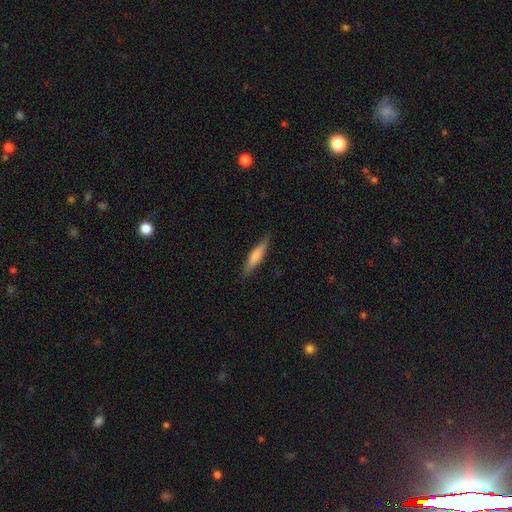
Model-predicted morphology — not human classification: Smooth or featured? Predicted: smooth (p=0.72). How rounded? Predicted: cigar-shaped (p=0.77). Merging? Predicted: none (p=0.86).